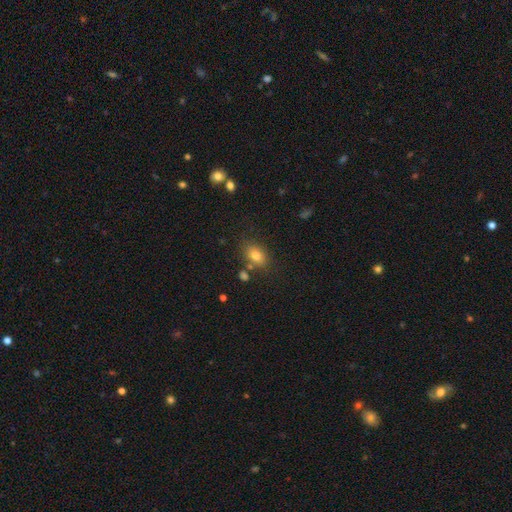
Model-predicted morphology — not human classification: type=smooth (78%); roundness=in between (76%); merging=none (75%).